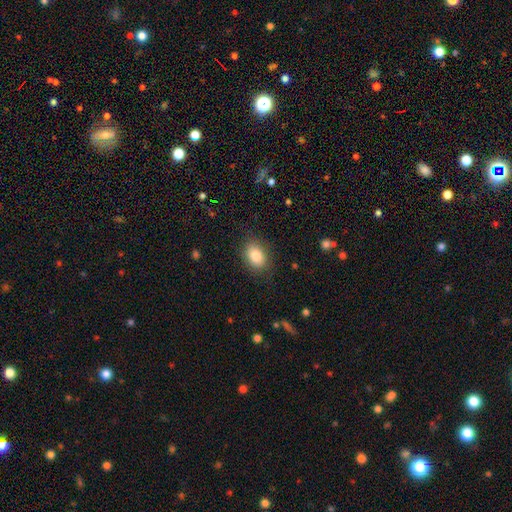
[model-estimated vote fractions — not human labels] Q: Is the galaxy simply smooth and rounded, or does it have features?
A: smooth — 84%.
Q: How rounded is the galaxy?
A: in between — 78%.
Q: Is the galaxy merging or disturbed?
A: none — 84%.